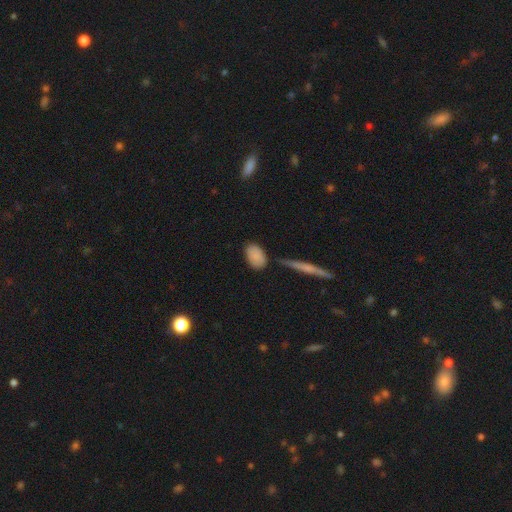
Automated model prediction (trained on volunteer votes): smooth-or-featured: smooth: 86% | star or artifact: 7% | featured or disk: 7%
  how-rounded: in between: 90% | round: 7% | cigar-shaped: 3%
  merging: none: 75% | minor disturbance: 14% | merger: 7% | major disturbance: 4%